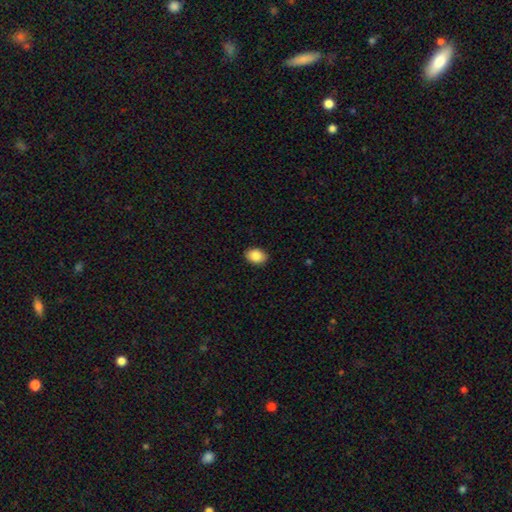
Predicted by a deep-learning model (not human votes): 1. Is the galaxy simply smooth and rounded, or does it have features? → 88% smooth, 7% star or artifact, 5% featured or disk.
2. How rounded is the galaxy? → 81% in between, 18% round, 1% cigar-shaped.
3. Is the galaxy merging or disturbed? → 89% none, 8% minor disturbance, 2% major disturbance, 1% merger.